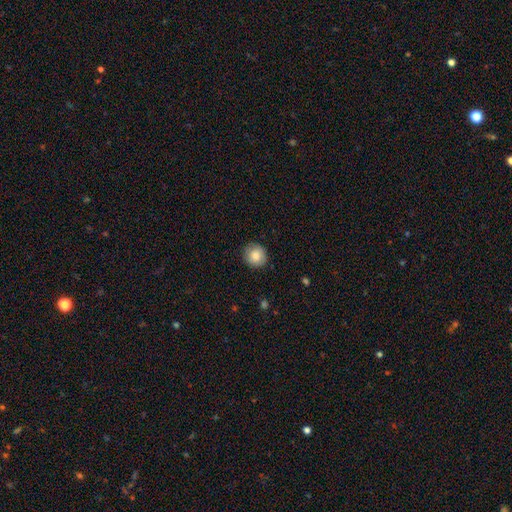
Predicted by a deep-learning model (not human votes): Smooth or featured: smooth — 83% (featured or disk — 9%)
How rounded: round — 89% (in between — 10%)
Merging: none — 88% (minor disturbance — 9%)